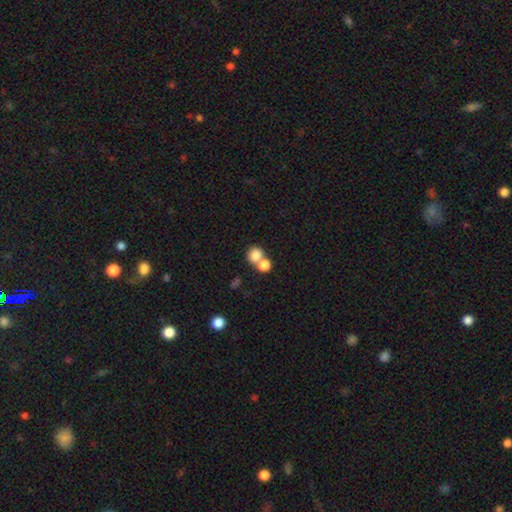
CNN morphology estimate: A smooth galaxy with no disk features (81%) that is round (77%).

Vote fractions:
- Smooth or featured? smooth: 81% / star or artifact: 10% / featured or disk: 9%
- How rounded? round: 77% / in between: 22% / cigar-shaped: 1%
- Merging? merger: 50% / none: 40% / minor disturbance: 6% / major disturbance: 3%